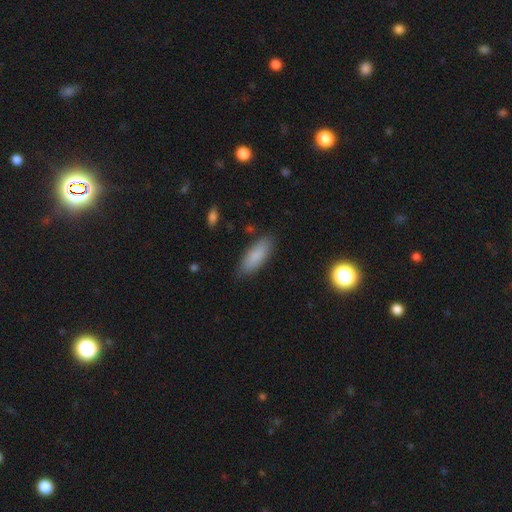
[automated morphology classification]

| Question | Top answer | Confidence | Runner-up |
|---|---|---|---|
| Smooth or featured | smooth | 85% | featured or disk (8%) |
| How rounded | in between | 68% | cigar-shaped (30%) |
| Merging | none | 84% | minor disturbance (12%) |